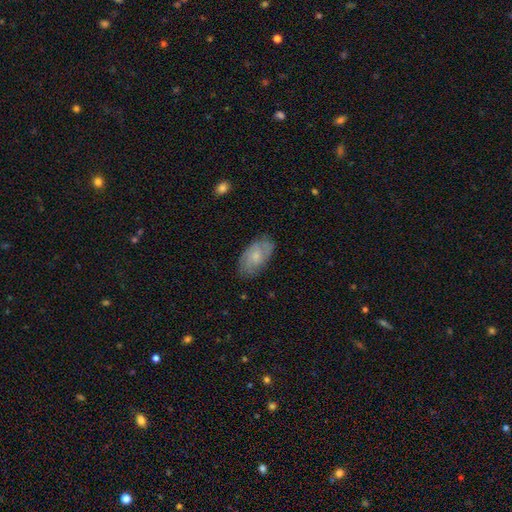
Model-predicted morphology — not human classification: A smooth galaxy with no disk features (52%) that is in between round and cigar-shaped (93%).

Vote fractions:
- Smooth or featured? smooth: 52% / featured or disk: 41% / star or artifact: 7%
- How rounded? in between: 93% / round: 5% / cigar-shaped: 3%
- Merging? none: 76% / minor disturbance: 18% / major disturbance: 5% / merger: 1%